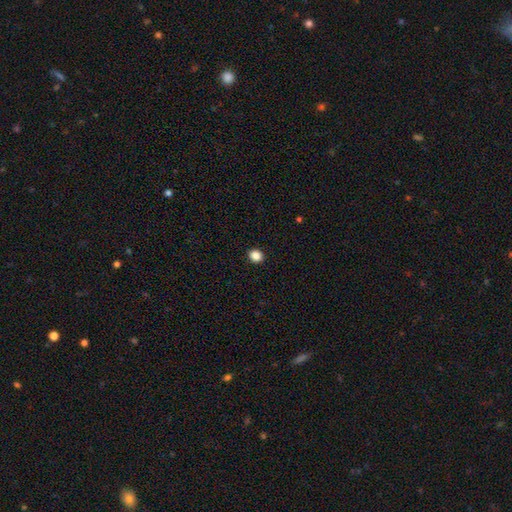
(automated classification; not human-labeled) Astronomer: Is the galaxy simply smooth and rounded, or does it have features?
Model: smooth — 87%.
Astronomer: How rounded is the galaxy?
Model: round — 70%.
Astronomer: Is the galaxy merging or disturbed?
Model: none — 92%.